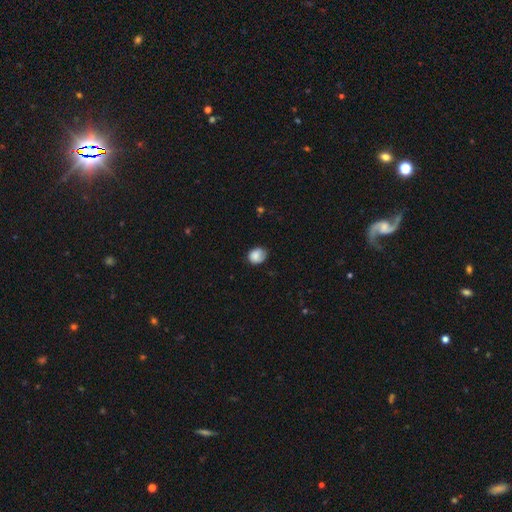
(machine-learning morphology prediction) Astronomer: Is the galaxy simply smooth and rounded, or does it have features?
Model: smooth — 80%.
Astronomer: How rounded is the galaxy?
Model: round — 55% (runner-up: in between, 44%).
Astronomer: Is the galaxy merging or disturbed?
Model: none — 60%.